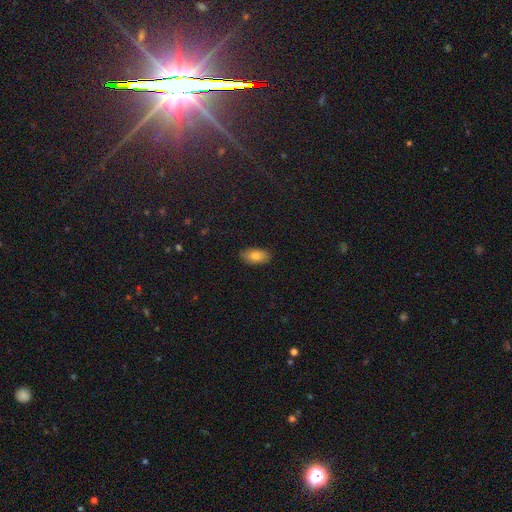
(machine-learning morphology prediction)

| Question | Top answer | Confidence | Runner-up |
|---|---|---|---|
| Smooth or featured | smooth | 81% | featured or disk (11%) |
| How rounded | in between | 92% | cigar-shaped (4%) |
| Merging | none | 87% | minor disturbance (10%) |